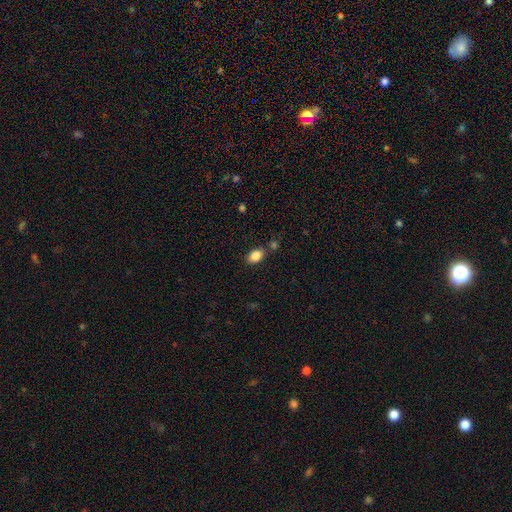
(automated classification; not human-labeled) A smooth galaxy with no disk features (86%) that is in between round and cigar-shaped (86%).

Vote fractions:
- Smooth or featured? smooth: 86% / star or artifact: 9% / featured or disk: 6%
- How rounded? in between: 86% / round: 13% / cigar-shaped: 1%
- Merging? none: 78% / minor disturbance: 12% / merger: 8% / major disturbance: 3%